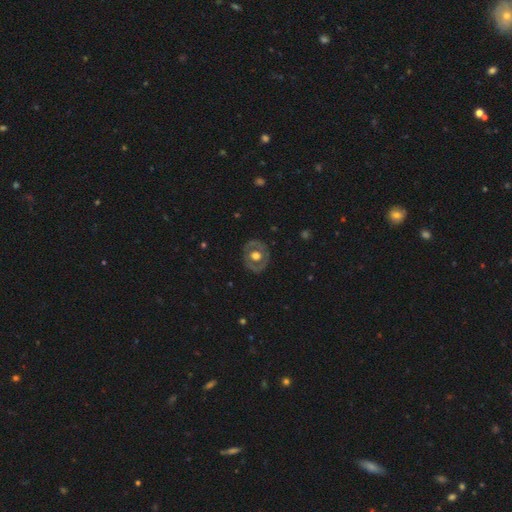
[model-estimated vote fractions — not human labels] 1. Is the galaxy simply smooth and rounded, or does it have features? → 57% featured or disk, 37% smooth, 6% star or artifact.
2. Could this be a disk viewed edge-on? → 95% no, 5% yes.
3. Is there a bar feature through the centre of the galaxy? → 80% no, 16% weak, 4% strong.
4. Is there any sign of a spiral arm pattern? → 77% no, 23% yes.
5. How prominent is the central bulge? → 53% moderate, 40% large, 3% small, 2% dominant, 1% none.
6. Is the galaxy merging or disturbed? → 81% none, 13% minor disturbance, 5% major disturbance, 1% merger.